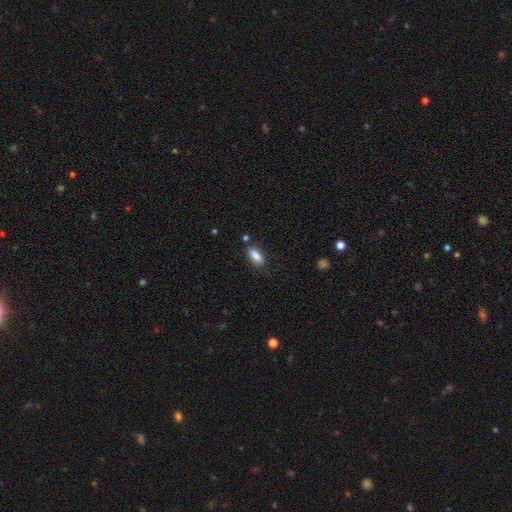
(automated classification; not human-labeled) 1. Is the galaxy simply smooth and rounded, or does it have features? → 87% smooth, 7% star or artifact, 6% featured or disk.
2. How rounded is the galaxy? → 80% in between, 17% cigar-shaped, 3% round.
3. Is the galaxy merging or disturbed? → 79% none, 13% minor disturbance, 5% merger, 3% major disturbance.